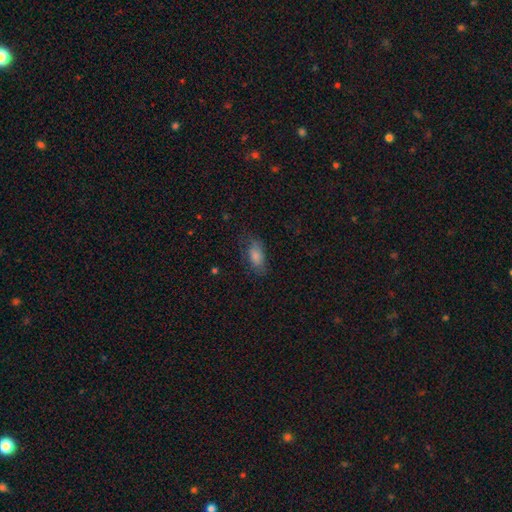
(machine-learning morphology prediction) Q: Smooth or featured?
A: smooth (78%); runner-up: featured or disk (13%)
Q: How rounded?
A: in between (90%); runner-up: cigar-shaped (5%)
Q: Merging?
A: none (61%); runner-up: minor disturbance (24%)